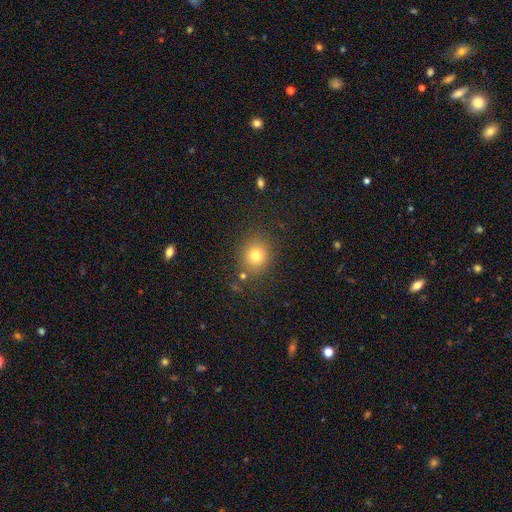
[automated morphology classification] The model was most divided on "how rounded": round: 80%, in between: 19%, cigar-shaped: 1%. More confident: merging — none (82%); smooth or featured — smooth (77%).